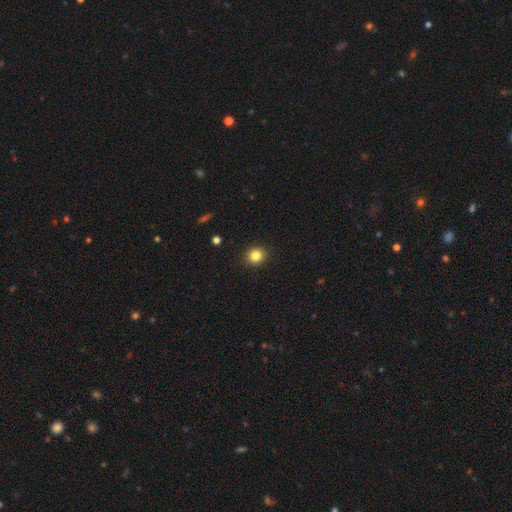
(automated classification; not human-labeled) Smooth or featured? smooth (84%)
How rounded? round (82%)
Merging? none (91%)